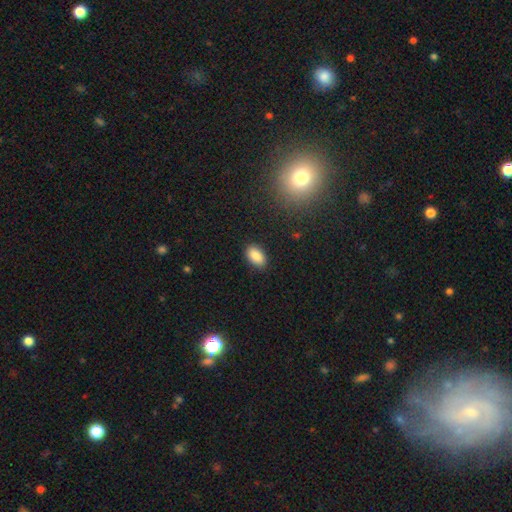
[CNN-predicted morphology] Smooth or featured?
  - smooth: 88% *
  - star or artifact: 8%
  - featured or disk: 4%
How rounded?
  - in between: 92% *
  - round: 6%
  - cigar-shaped: 2%
Merging?
  - none: 88% *
  - minor disturbance: 9%
  - major disturbance: 2%
  - merger: 1%